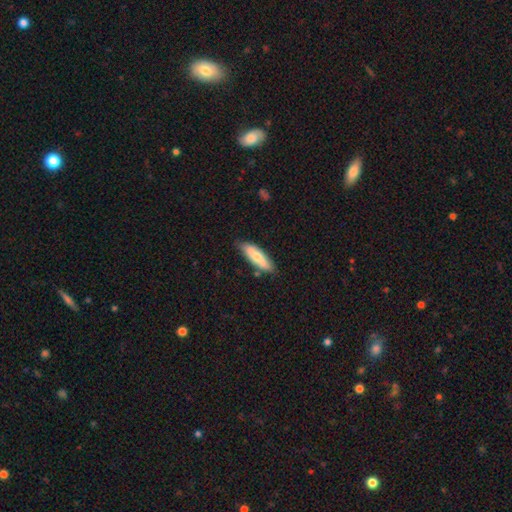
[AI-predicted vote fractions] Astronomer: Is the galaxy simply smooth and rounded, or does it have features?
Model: smooth — 68%.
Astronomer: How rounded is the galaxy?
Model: cigar-shaped — 57% (runner-up: in between, 42%).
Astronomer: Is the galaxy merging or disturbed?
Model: none — 77%.